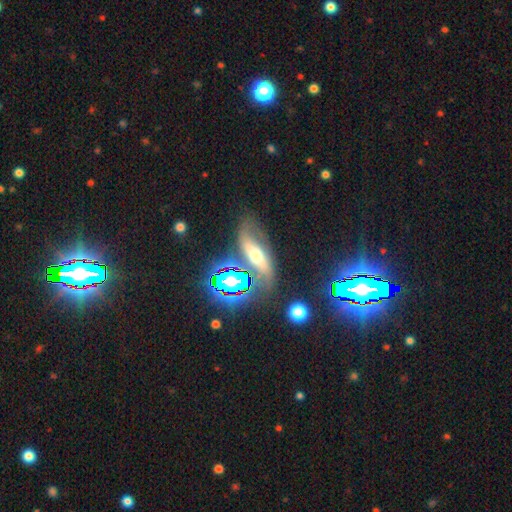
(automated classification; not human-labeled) Smooth or featured?
  - featured or disk: 52% *
  - smooth: 29%
  - star or artifact: 19%
Edge-on disk?
  - no: 67% *
  - yes: 33%
Merging?
  - none: 60% *
  - minor disturbance: 20%
  - major disturbance: 13%
  - merger: 7%